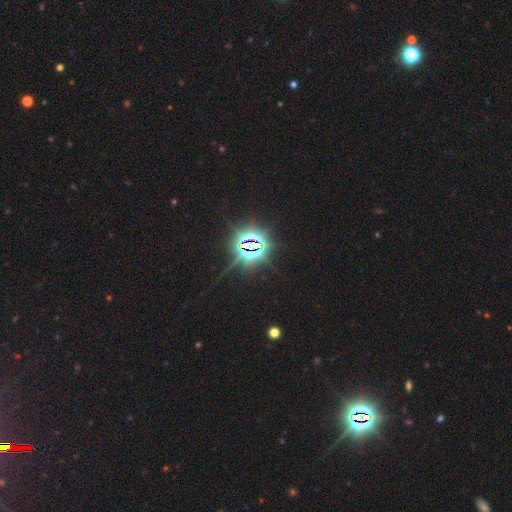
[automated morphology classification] type=star or artifact (84%).